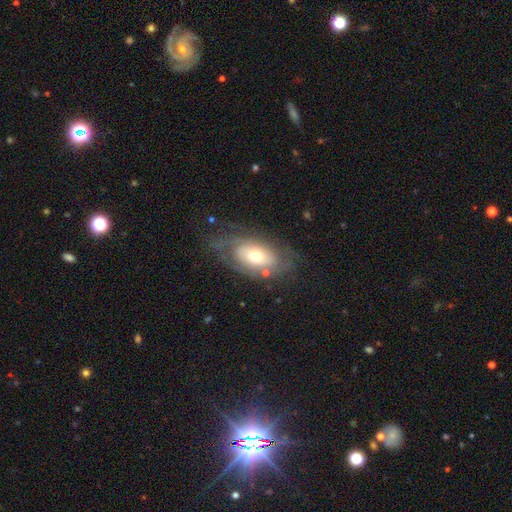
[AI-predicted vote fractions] The model was most divided on "smooth or featured": featured or disk: 53%, smooth: 40%, star or artifact: 7%. More confident: edge-on disk — no (90%); merging — none (62%).